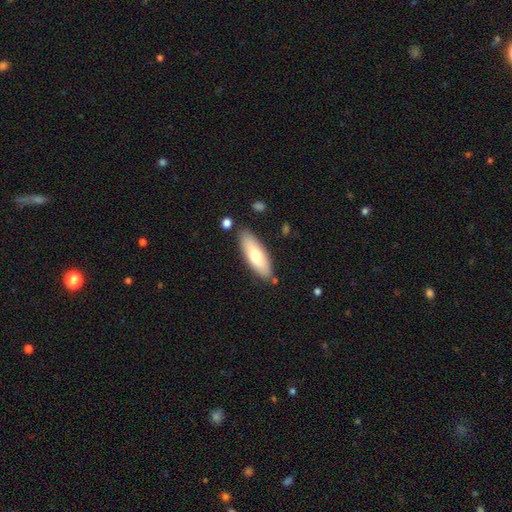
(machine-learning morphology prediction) Smooth or featured? smooth (68%)
How rounded? in between (58%)
Merging? none (83%)